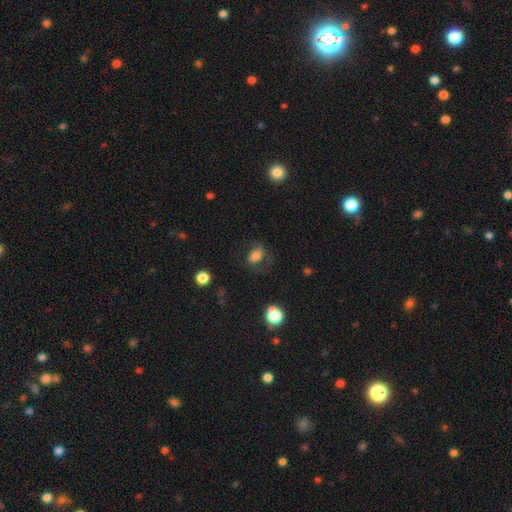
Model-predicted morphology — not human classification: Smooth or featured? Predicted: smooth (p=0.70). How rounded? Predicted: in between (p=0.77). Merging? Predicted: none (p=0.61).